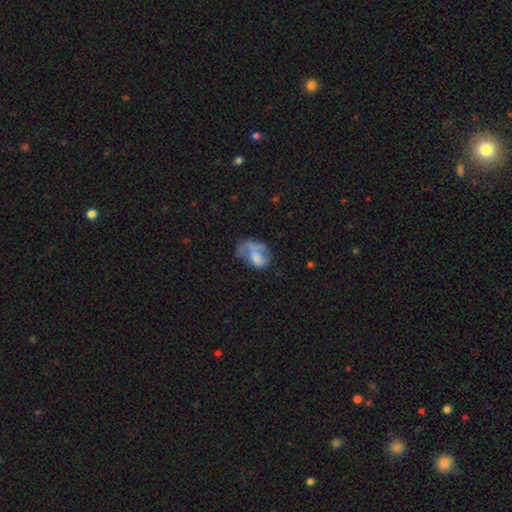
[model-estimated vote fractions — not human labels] Morphology: type=smooth (58%); roundness=in between (74%); merging=major disturbance (42%).